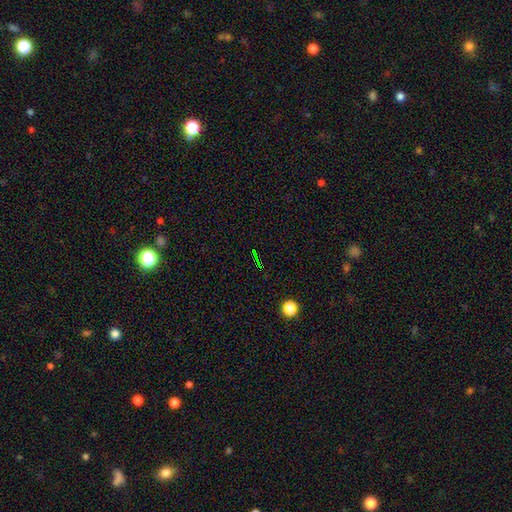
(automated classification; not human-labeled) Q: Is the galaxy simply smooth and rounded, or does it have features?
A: star or artifact — 74%.